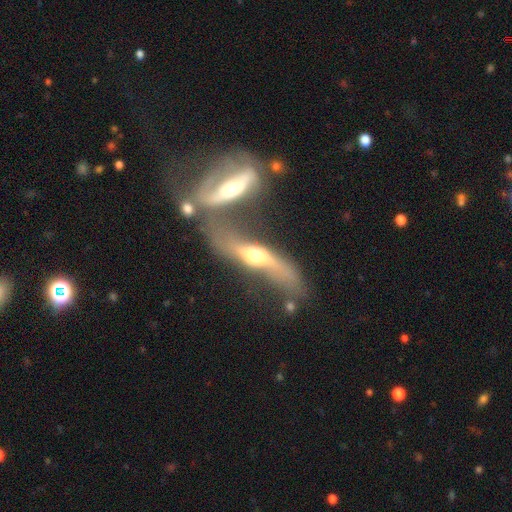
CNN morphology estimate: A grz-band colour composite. It shows a featured or disk galaxy (75%) viewed edge-on (51%). Merging: merger (56%).